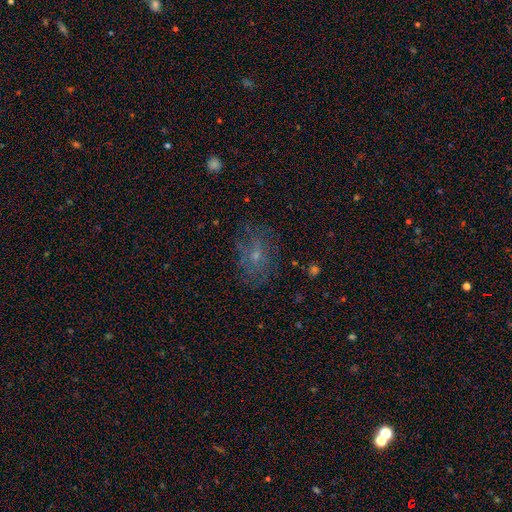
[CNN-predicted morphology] Smooth or featured?
  - featured or disk: 45% *
  - smooth: 37%
  - star or artifact: 18%
Merging?
  - none: 63% *
  - minor disturbance: 21%
  - major disturbance: 14%
  - merger: 2%